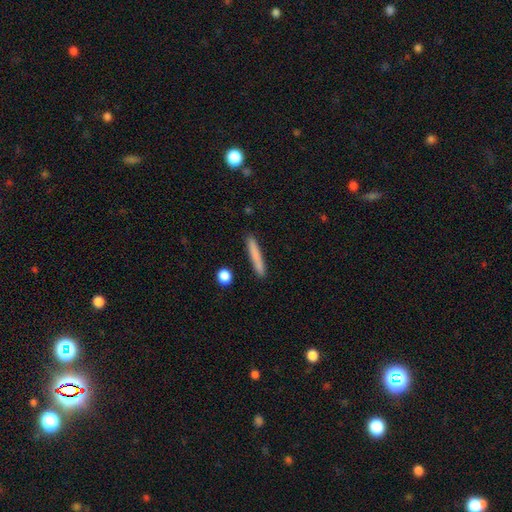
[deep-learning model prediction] Smooth or featured? smooth (77%)
How rounded? cigar-shaped (95%)
Merging? none (90%)